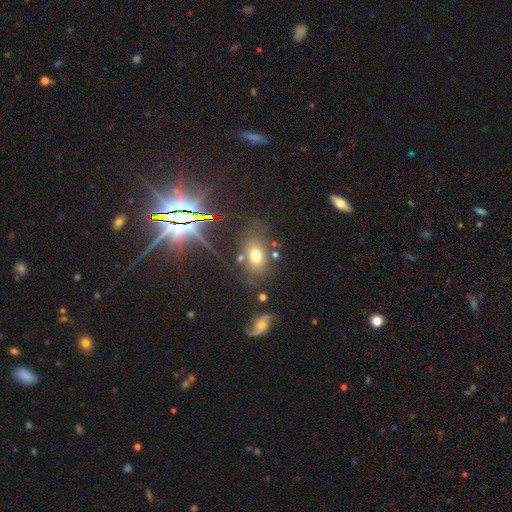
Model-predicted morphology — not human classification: This is likely a smooth galaxy (66%). How rounded: likely in between (75%). Merging: likely none (68%).